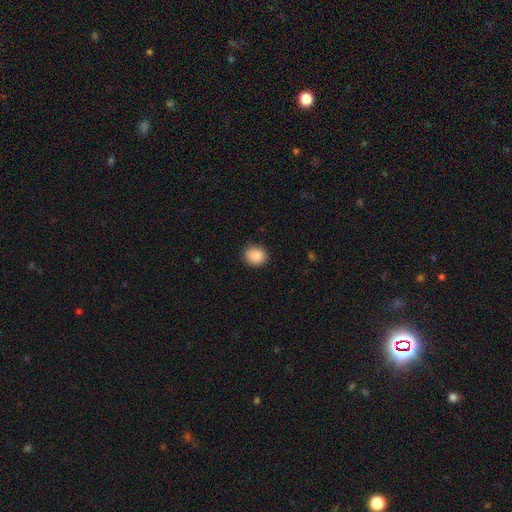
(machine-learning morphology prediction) Smooth or featured?
  - smooth: 89% *
  - star or artifact: 8%
  - featured or disk: 3%
How rounded?
  - round: 74% *
  - in between: 25%
  - cigar-shaped: 1%
Merging?
  - none: 88% *
  - minor disturbance: 9%
  - major disturbance: 2%
  - merger: 1%